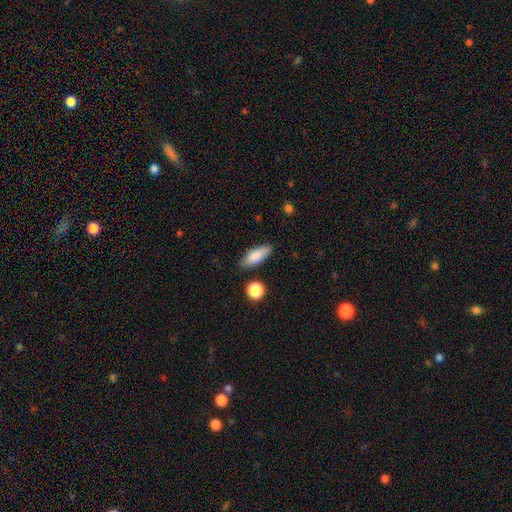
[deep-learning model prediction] A smooth galaxy with no disk features (81%) that is in between round and cigar-shaped (71%).

Vote fractions:
- Smooth or featured? smooth: 81% / featured or disk: 12% / star or artifact: 7%
- How rounded? in between: 71% / cigar-shaped: 26% / round: 3%
- Merging? none: 81% / minor disturbance: 13% / merger: 3% / major disturbance: 3%